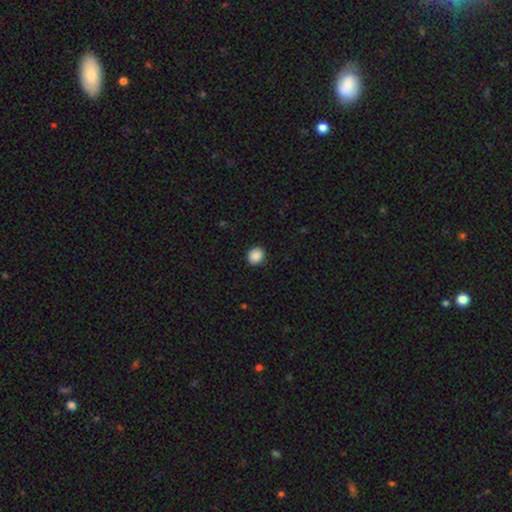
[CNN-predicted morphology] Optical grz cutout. It shows a smooth galaxy with no disk features (89%) that is round (75%). Merging: none (91%).